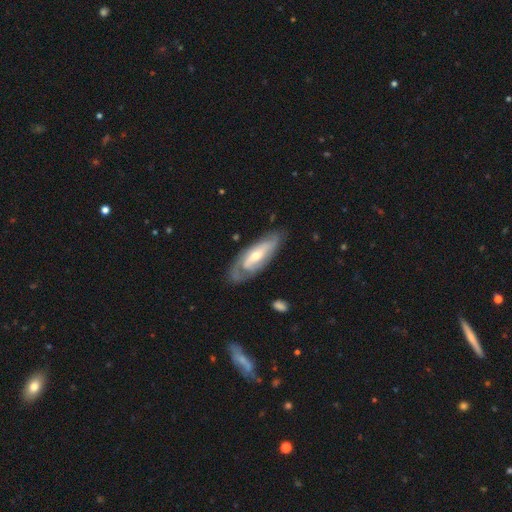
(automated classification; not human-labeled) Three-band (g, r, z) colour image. It shows a featured or disk galaxy (74%) with no bar (46%), 2 (51%) tight (49%) spiral arms (84%) and a moderate central bulge (49%). Merging: none (70%).